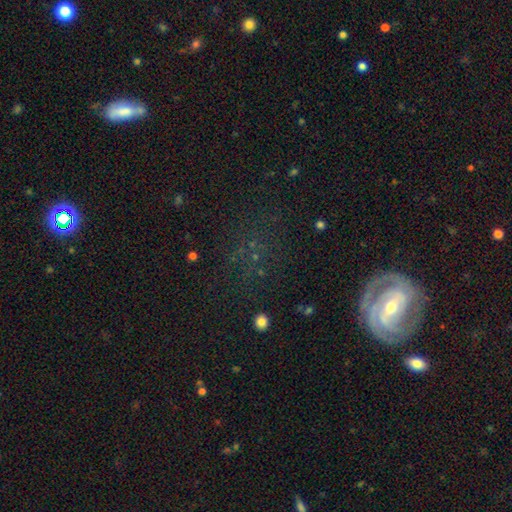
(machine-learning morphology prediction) Overall: featured or disk (38%; star or artifact 36%). Merging: none (66%).